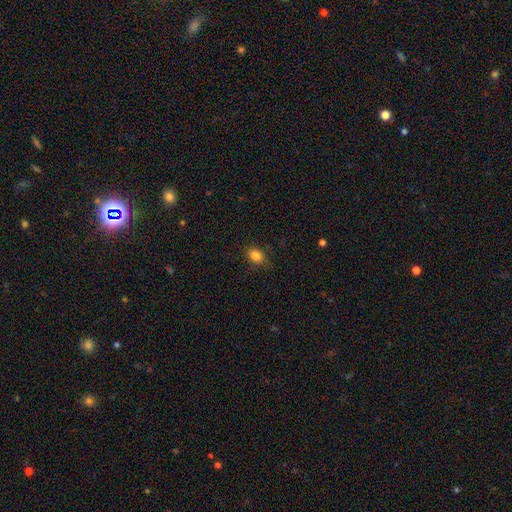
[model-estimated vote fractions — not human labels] A smooth galaxy with no disk features (84%) that is in between round and cigar-shaped (68%). Merging: none (80%).